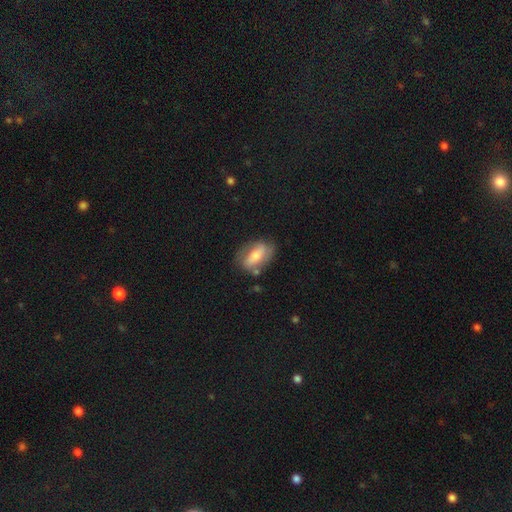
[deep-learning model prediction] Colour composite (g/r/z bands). It shows a featured or disk galaxy (49%). Merging: none (69%).